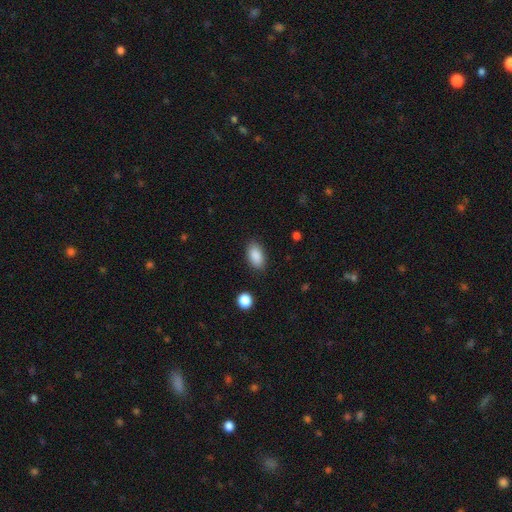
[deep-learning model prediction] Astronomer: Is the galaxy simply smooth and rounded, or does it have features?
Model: smooth — 89%.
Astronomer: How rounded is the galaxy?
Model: in between — 93%.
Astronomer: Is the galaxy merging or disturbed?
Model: none — 86%.